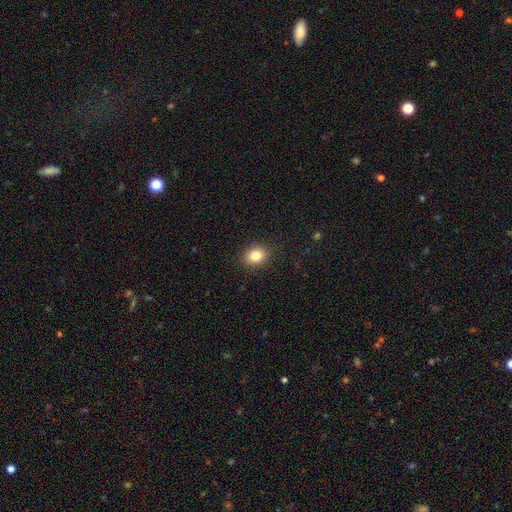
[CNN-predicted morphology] Smooth or featured?
  - smooth: 83% *
  - star or artifact: 10%
  - featured or disk: 7%
How rounded?
  - round: 52% *
  - in between: 47%
  - cigar-shaped: 1%
Merging?
  - none: 89% *
  - minor disturbance: 8%
  - major disturbance: 2%
  - merger: 1%